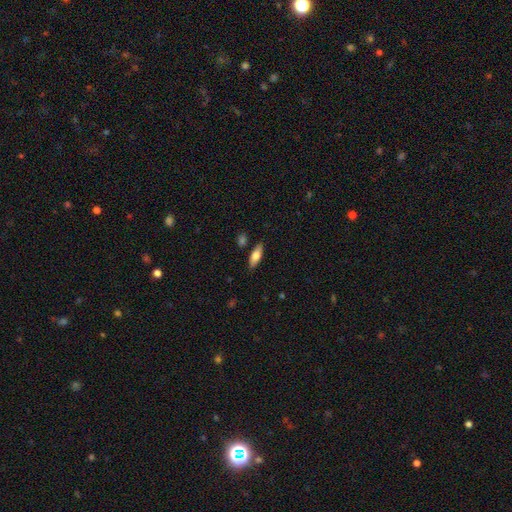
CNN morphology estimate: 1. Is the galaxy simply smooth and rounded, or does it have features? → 70% smooth, 23% featured or disk, 6% star or artifact.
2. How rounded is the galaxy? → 63% in between, 34% cigar-shaped, 2% round.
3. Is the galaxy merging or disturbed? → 84% none, 11% minor disturbance, 3% merger, 2% major disturbance.